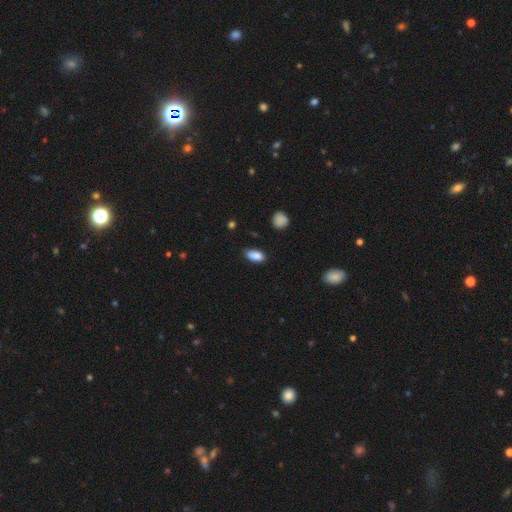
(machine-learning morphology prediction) A smooth galaxy with no disk features (88%) that is in between round and cigar-shaped (91%). Merging: none (75%).